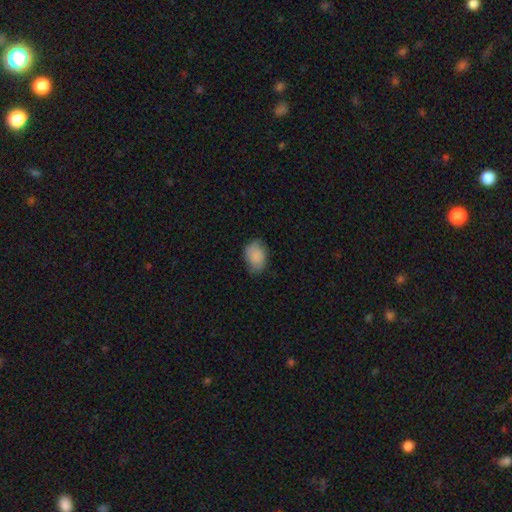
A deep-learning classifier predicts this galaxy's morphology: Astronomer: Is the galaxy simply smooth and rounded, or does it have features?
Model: smooth — 86%.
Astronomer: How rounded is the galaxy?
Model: in between — 80%.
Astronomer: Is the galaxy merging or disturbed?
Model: none — 72%.